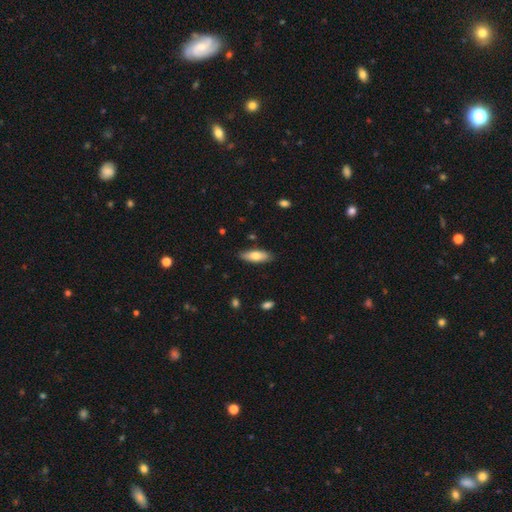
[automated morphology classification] This is likely a smooth galaxy (74%). How rounded: likely in between (66%). Merging: clearly none (85%).